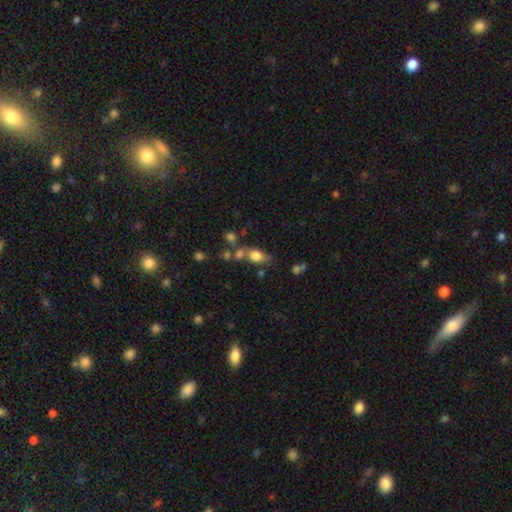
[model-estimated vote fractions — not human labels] The model was most divided on "merging": none: 42%, merger: 30%, minor disturbance: 17%, major disturbance: 11%. More confident: smooth or featured — smooth (74%); how rounded — in between (67%).